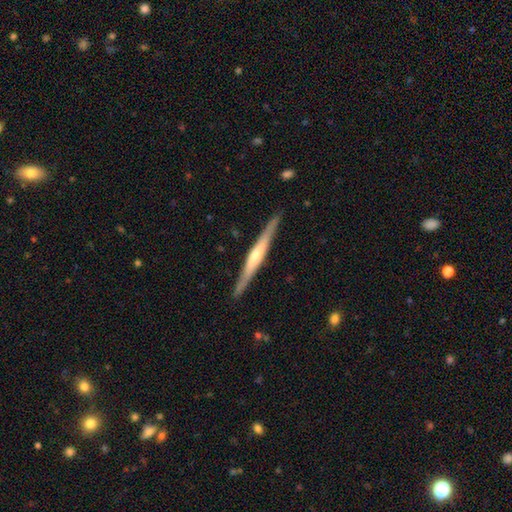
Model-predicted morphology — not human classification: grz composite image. It shows a featured or disk galaxy (72%) viewed edge-on (98%) with a rounded central bulge (67%). Merging: none (90%).